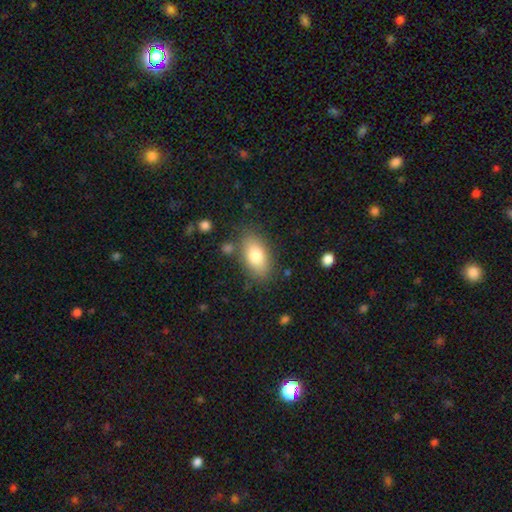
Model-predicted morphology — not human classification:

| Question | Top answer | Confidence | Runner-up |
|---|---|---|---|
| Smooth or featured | smooth | 78% | featured or disk (15%) |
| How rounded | in between | 90% | round (6%) |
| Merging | none | 78% | minor disturbance (14%) |